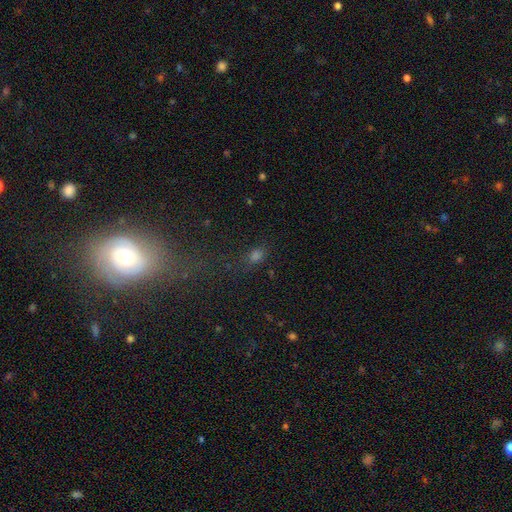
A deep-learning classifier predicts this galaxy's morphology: This appears to be a smooth galaxy with no disk features (55%) that is in between round and cigar-shaped (59%). Merging: none (64%).